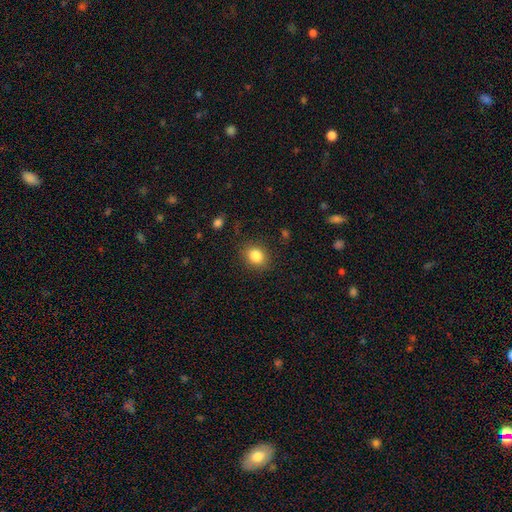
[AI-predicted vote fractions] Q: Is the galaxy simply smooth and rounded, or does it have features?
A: smooth — 84%.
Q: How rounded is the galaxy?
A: round — 59%.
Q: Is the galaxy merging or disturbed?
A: none — 85%.